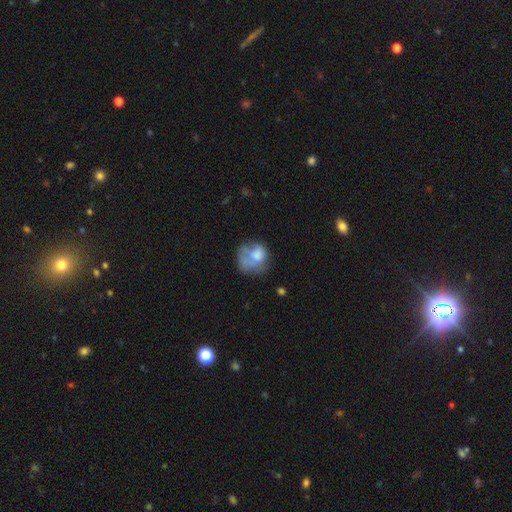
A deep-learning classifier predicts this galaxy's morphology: smooth 61%, featured or disk 29%, star or artifact 9%. Down the decision tree: how rounded — round (64%); merging — none (33%).